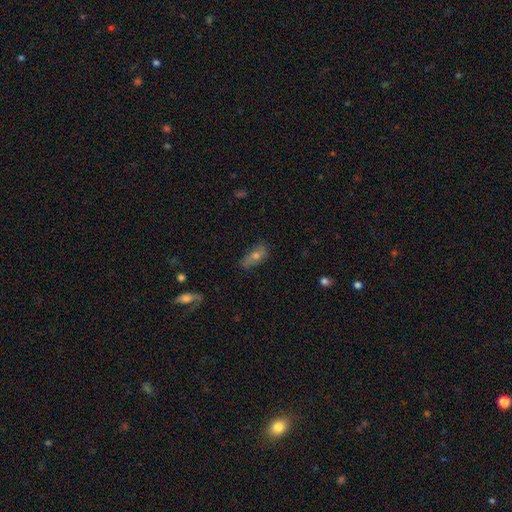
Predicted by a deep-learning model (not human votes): A smooth galaxy with no disk features (50%) that is in between round and cigar-shaped (66%). Merging: none (69%).